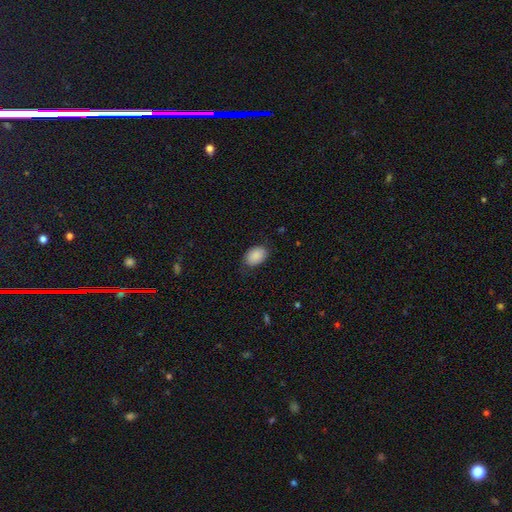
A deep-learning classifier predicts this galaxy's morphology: Smooth or featured: smooth — 89% (star or artifact — 7%)
How rounded: in between — 82% (round — 17%)
Merging: none — 75% (minor disturbance — 20%)